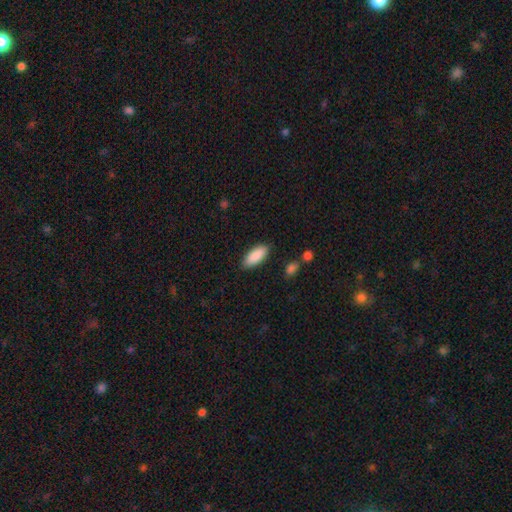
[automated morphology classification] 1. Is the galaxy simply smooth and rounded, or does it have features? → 89% smooth, 6% star or artifact, 5% featured or disk.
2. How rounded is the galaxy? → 79% in between, 19% cigar-shaped, 2% round.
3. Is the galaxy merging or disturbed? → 87% none, 9% minor disturbance, 2% major disturbance, 2% merger.